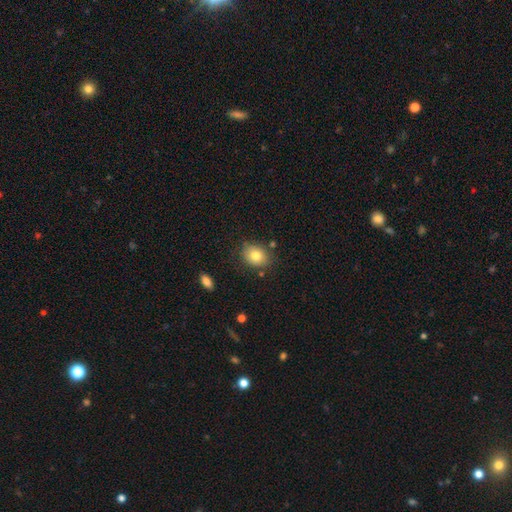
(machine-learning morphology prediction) Smooth or featured?
  - smooth: 80% *
  - featured or disk: 11%
  - star or artifact: 9%
How rounded?
  - in between: 55% *
  - round: 44%
  - cigar-shaped: 1%
Merging?
  - none: 78% *
  - minor disturbance: 15%
  - merger: 4%
  - major disturbance: 3%